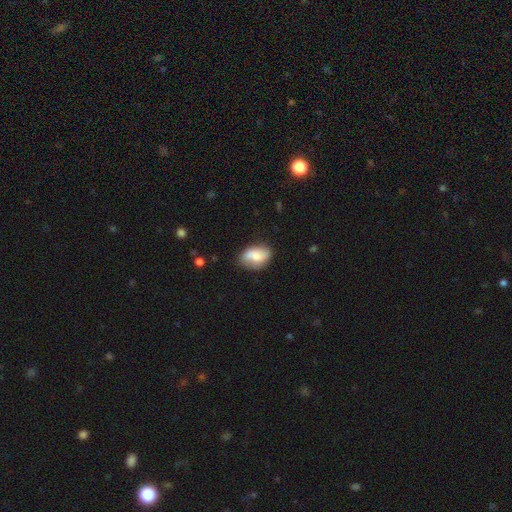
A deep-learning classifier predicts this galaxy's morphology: Overall: smooth (66%; featured or disk 26%). How rounded: in between (86%). Merging: none (66%).